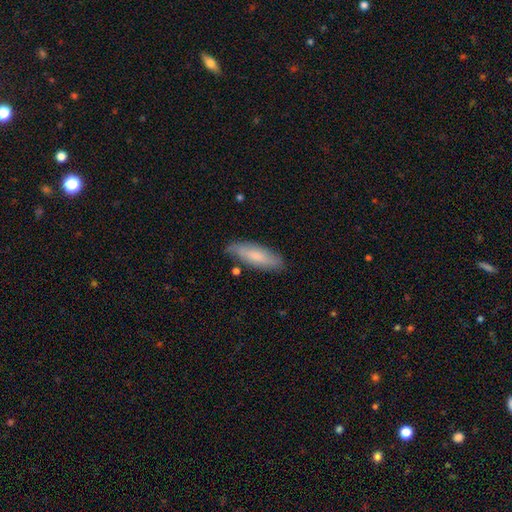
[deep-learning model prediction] Smooth or featured? Predicted: smooth (p=0.70). How rounded? Predicted: in between (p=0.51). Merging? Predicted: none (p=0.76).